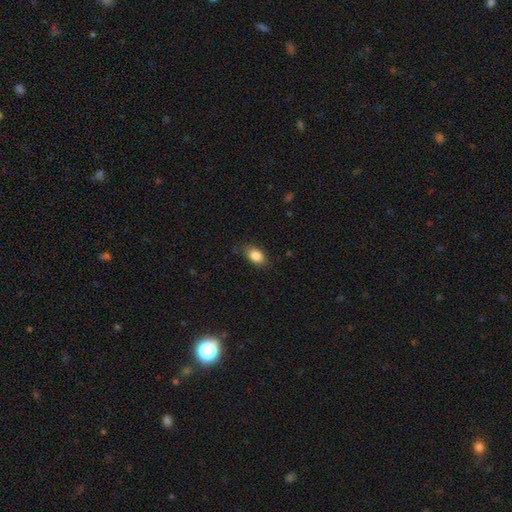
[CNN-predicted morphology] A smooth galaxy with no disk features (85%) that is in between round and cigar-shaped (86%).

Vote fractions:
- Smooth or featured? smooth: 85% / star or artifact: 8% / featured or disk: 7%
- How rounded? in between: 86% / round: 12% / cigar-shaped: 2%
- Merging? none: 80% / minor disturbance: 16% / major disturbance: 3% / merger: 1%